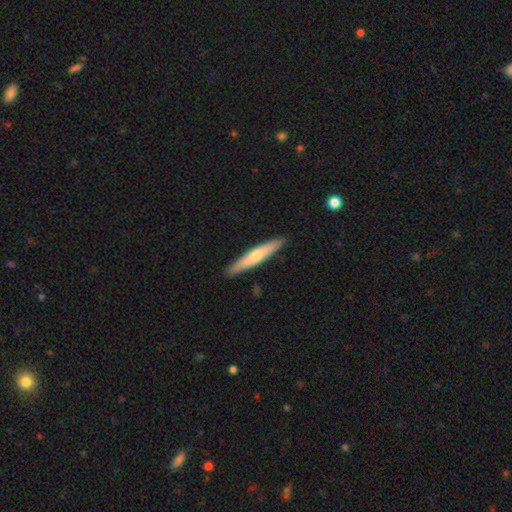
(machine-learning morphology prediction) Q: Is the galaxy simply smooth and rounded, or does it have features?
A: smooth — 52%.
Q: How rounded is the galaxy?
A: cigar-shaped — 92%.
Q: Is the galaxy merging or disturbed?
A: none — 91%.